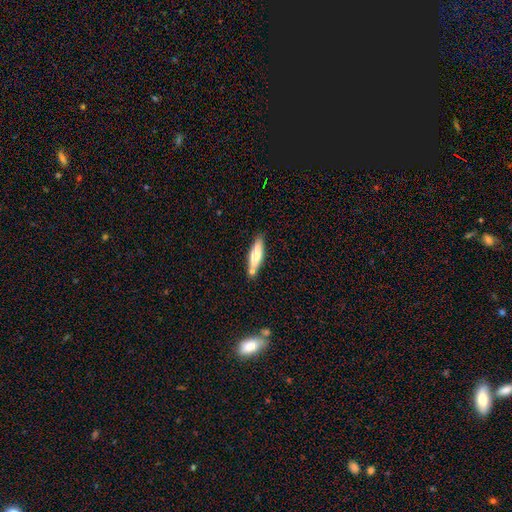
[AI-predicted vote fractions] A smooth galaxy with no disk features (65%) that is cigar-shaped (70%).

Vote fractions:
- Smooth or featured? smooth: 65% / featured or disk: 30% / star or artifact: 6%
- How rounded? cigar-shaped: 70% / in between: 28% / round: 2%
- Merging? none: 74% / minor disturbance: 13% / merger: 11% / major disturbance: 3%